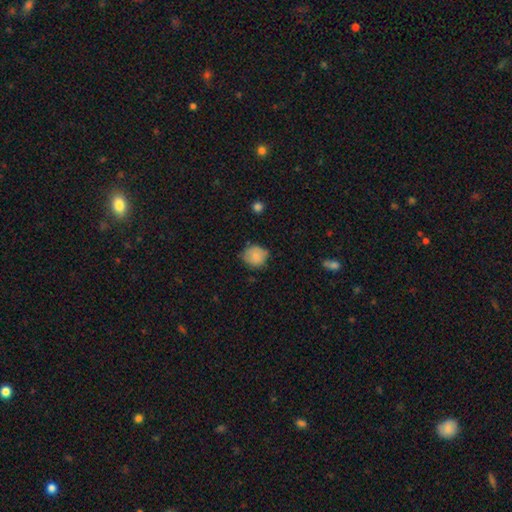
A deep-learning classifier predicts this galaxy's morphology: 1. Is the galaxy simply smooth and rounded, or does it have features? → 82% smooth, 9% featured or disk, 9% star or artifact.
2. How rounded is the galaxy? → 80% round, 19% in between, 1% cigar-shaped.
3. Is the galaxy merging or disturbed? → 67% none, 26% minor disturbance, 5% major disturbance, 2% merger.